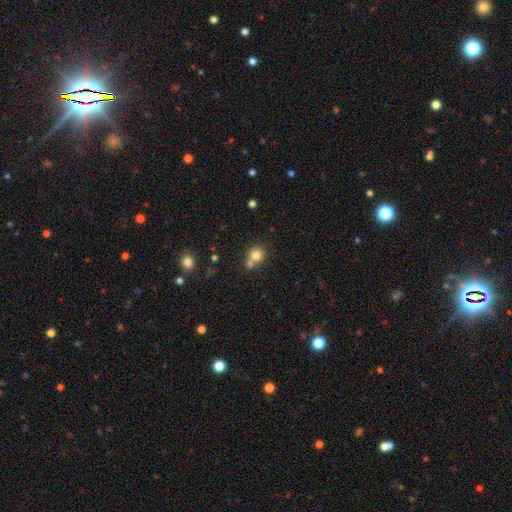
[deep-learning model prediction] smooth 79%, star or artifact 11%, featured or disk 10%. Down the decision tree: how rounded — round (83%); merging — none (48%).